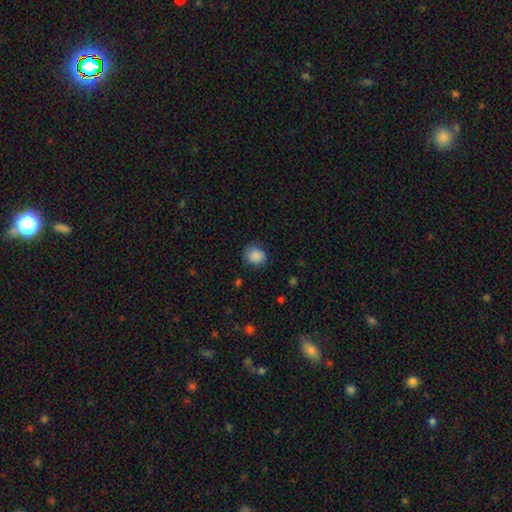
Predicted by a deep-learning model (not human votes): smooth 88%, star or artifact 8%, featured or disk 4%. Down the decision tree: how rounded — round (71%); merging — none (79%).